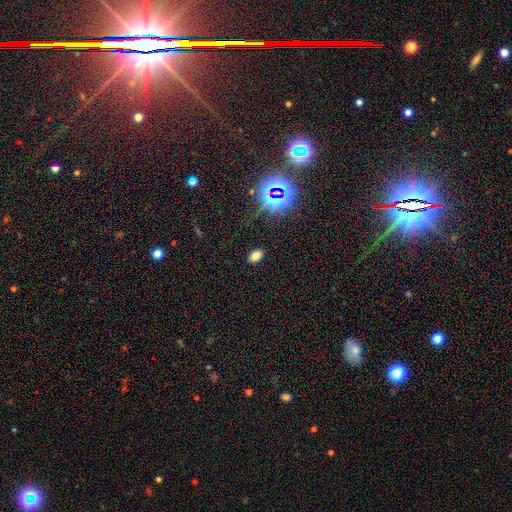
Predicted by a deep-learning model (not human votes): A smooth galaxy with no disk features (73%) that is in between round and cigar-shaped (88%). Merging: none (88%).